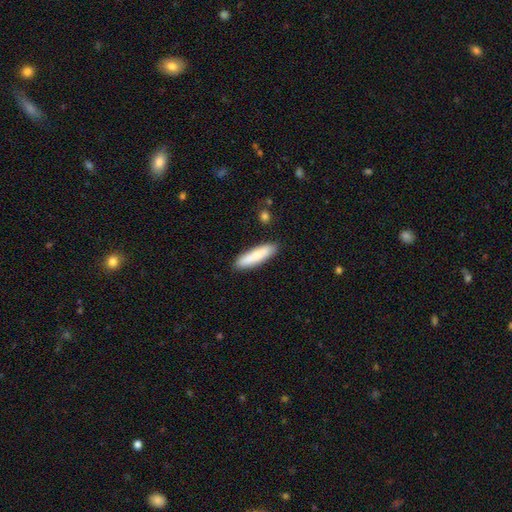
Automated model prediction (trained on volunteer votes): Morphology: type=smooth (83%); roundness=cigar-shaped (70%); merging=none (87%).